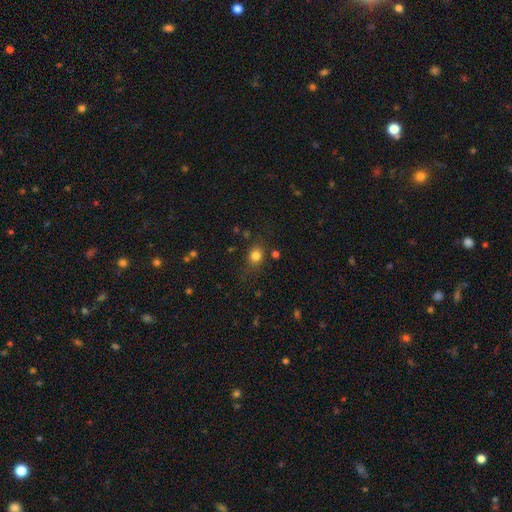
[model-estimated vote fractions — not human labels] smooth_or_featured: smooth (p=0.80) [alt: star or artifact p=0.13]
how_rounded: round (p=0.62) [alt: in between p=0.36]
merging: none (p=0.77) [alt: minor disturbance p=0.14]